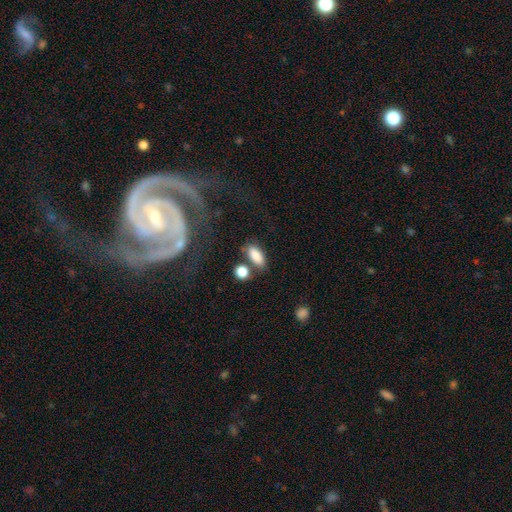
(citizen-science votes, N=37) Smooth or featured?
  - smooth: 95% *
  - star or artifact: 5%
  - featured or disk: 0%
How rounded?
  - in between: 86% *
  - cigar-shaped: 11%
  - round: 3%
Merging?
  - none: 77% *
  - minor disturbance: 17%
  - major disturbance: 6%
  - merger: 0%